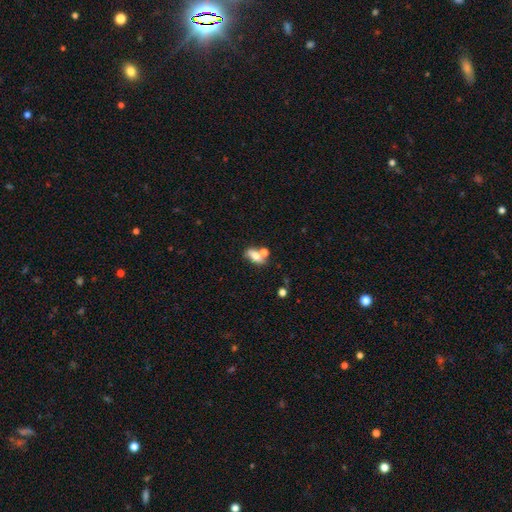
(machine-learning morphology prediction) This appears to be a smooth galaxy with no disk features (64%) that is in between round and cigar-shaped (77%). Merging: none (43%).